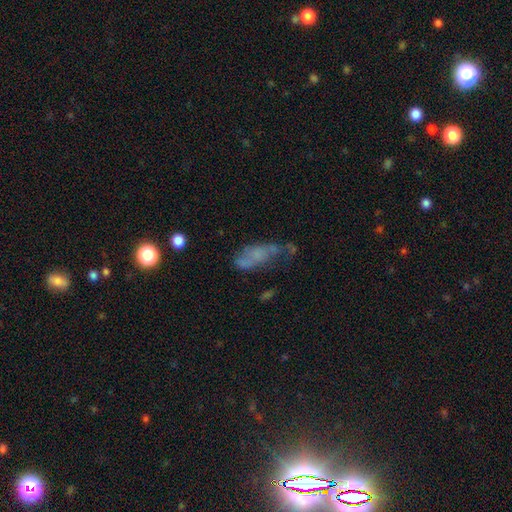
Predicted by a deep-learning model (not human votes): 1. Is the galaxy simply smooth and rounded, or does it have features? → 43% smooth, 41% featured or disk, 16% star or artifact.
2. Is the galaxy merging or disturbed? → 36% none, 27% major disturbance, 27% minor disturbance, 11% merger.